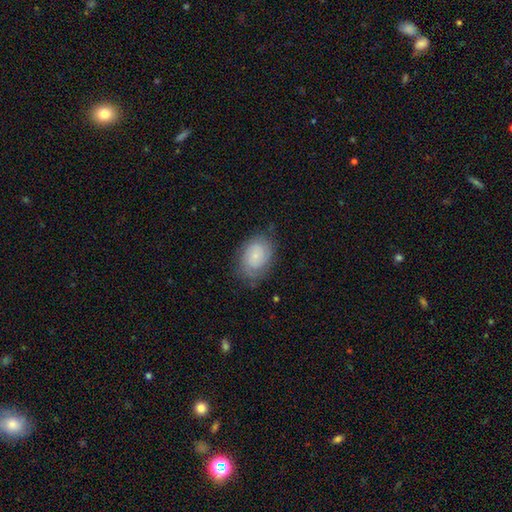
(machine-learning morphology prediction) smooth_or_featured: smooth (p=0.46) [tied with: featured or disk p=0.46]
merging: none (p=0.72) [alt: minor disturbance p=0.20]